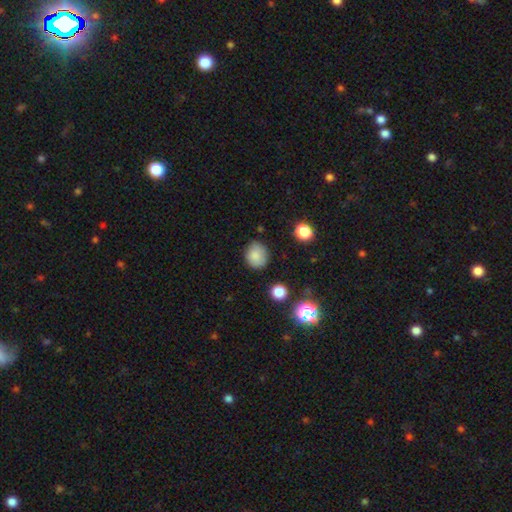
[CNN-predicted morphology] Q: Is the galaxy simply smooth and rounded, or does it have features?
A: smooth — 84%.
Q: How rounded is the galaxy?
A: round — 72%.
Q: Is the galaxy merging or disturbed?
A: none — 80%.